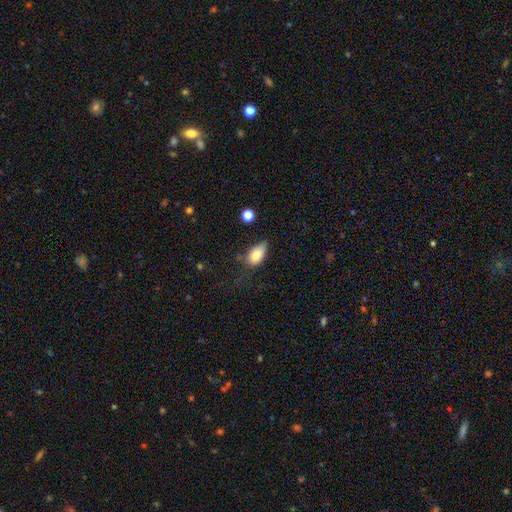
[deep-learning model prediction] A smooth galaxy with no disk features (81%) that is in between round and cigar-shaped (89%). Merging: none (42%).